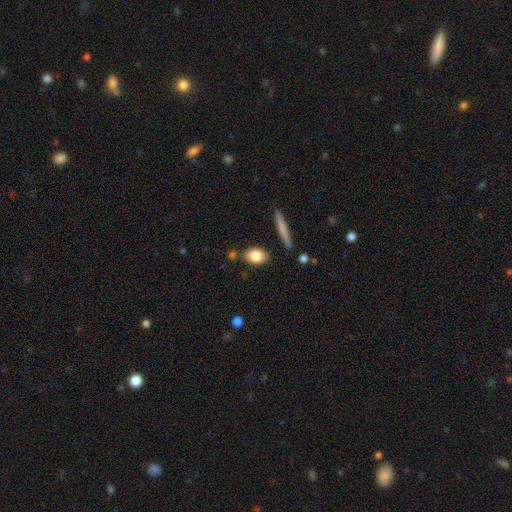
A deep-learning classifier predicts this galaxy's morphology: smooth_or_featured: smooth (p=0.80) [alt: featured or disk p=0.12]
how_rounded: in between (p=0.79) [alt: round p=0.15]
merging: none (p=0.77) [alt: minor disturbance p=0.13]